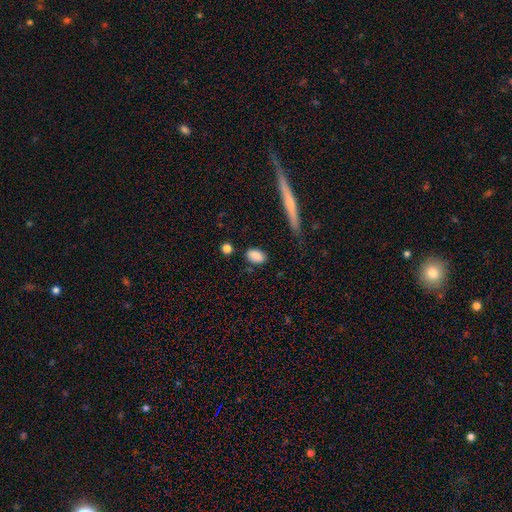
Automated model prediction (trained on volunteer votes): Smooth or featured: smooth — 86% (star or artifact — 7%)
How rounded: in between — 87% (round — 9%)
Merging: none — 81% (minor disturbance — 12%)